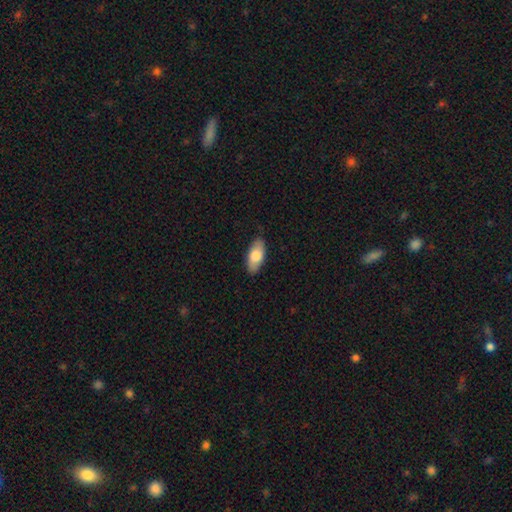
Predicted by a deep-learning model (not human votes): A smooth galaxy with no disk features (77%) that is in between round and cigar-shaped (89%). Merging: none (85%).